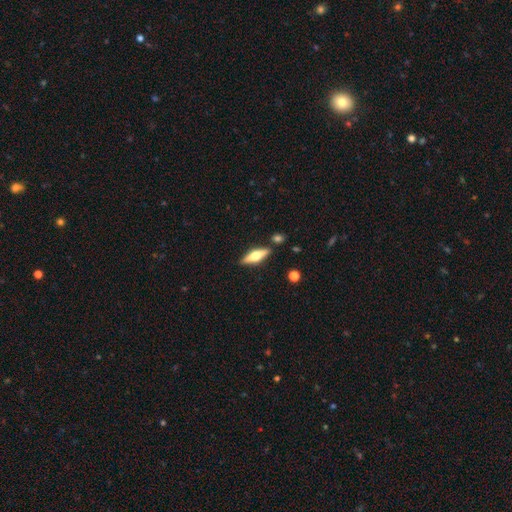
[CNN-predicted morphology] Q: Smooth or featured?
A: featured or disk (56%); runner-up: smooth (38%)
Q: Edge-on disk?
A: yes (93%); runner-up: no (7%)
Q: Edge-on bulge?
A: rounded (93%); runner-up: boxy (5%)
Q: Merging?
A: none (84%); runner-up: minor disturbance (10%)